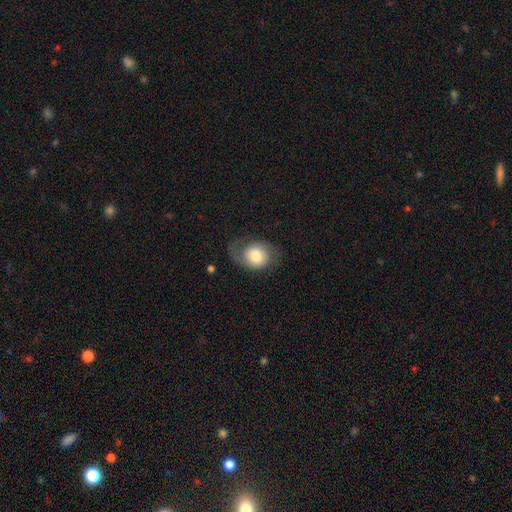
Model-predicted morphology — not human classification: Smooth or featured?
  - smooth: 60% *
  - featured or disk: 32%
  - star or artifact: 8%
How rounded?
  - round: 52% *
  - in between: 47%
  - cigar-shaped: 1%
Merging?
  - none: 58% *
  - minor disturbance: 24%
  - major disturbance: 17%
  - merger: 1%